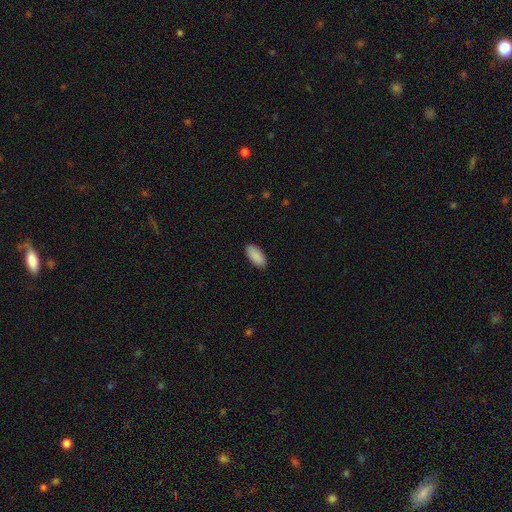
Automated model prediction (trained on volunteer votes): Smooth or featured? smooth (91%)
How rounded? in between (92%)
Merging? none (90%)